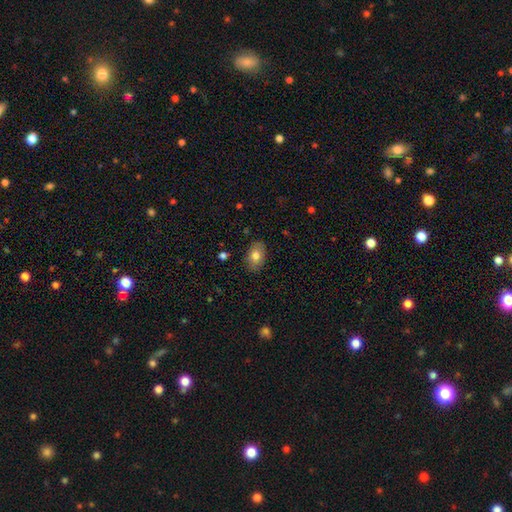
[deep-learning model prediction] This is likely a smooth galaxy (78%). How rounded: clearly in between (85%). Merging: clearly none (87%).